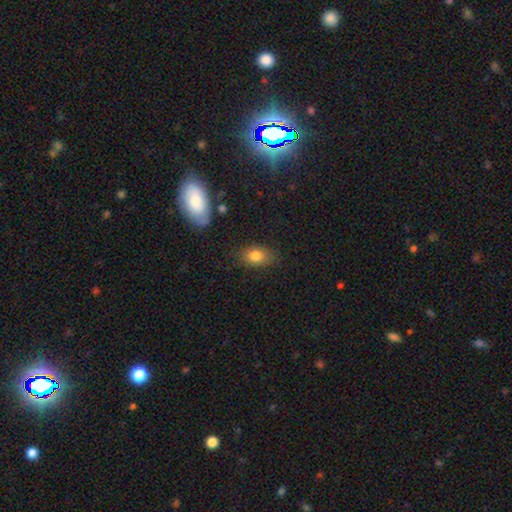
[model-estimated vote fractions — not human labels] smooth 80%, featured or disk 11%, star or artifact 9%. Down the decision tree: how rounded — in between (83%); merging — none (81%).